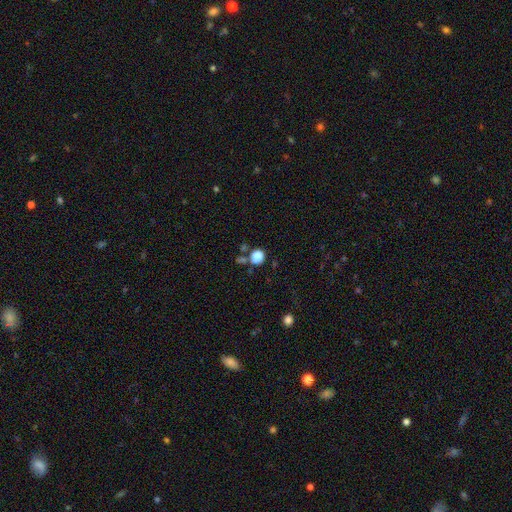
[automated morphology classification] Smooth or featured? Predicted: smooth (p=0.84). How rounded? Predicted: round (p=0.83). Merging? Predicted: none (p=0.56).